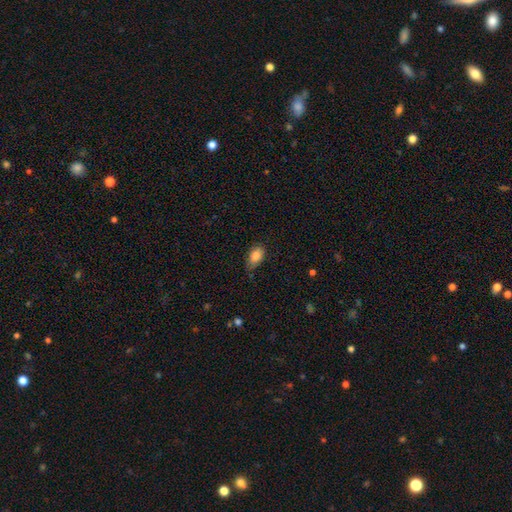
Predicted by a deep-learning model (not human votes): smooth 85%, star or artifact 8%, featured or disk 7%. Down the decision tree: how rounded — in between (89%); merging — none (66%).